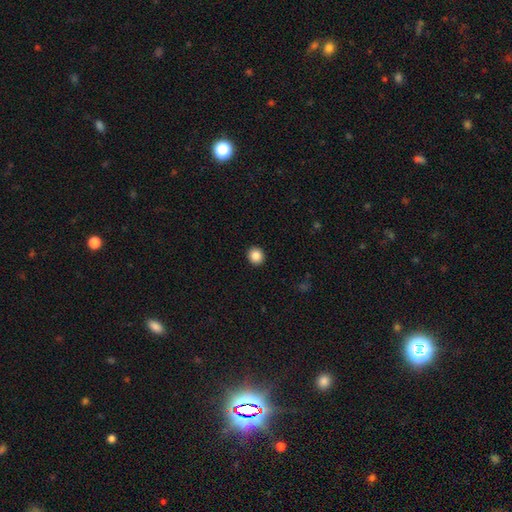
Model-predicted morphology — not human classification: A smooth galaxy with no disk features (87%) that is round (86%).

Vote fractions:
- Smooth or featured? smooth: 87% / star or artifact: 9% / featured or disk: 4%
- How rounded? round: 86% / in between: 13% / cigar-shaped: 1%
- Merging? none: 93% / minor disturbance: 5% / major disturbance: 2% / merger: 1%